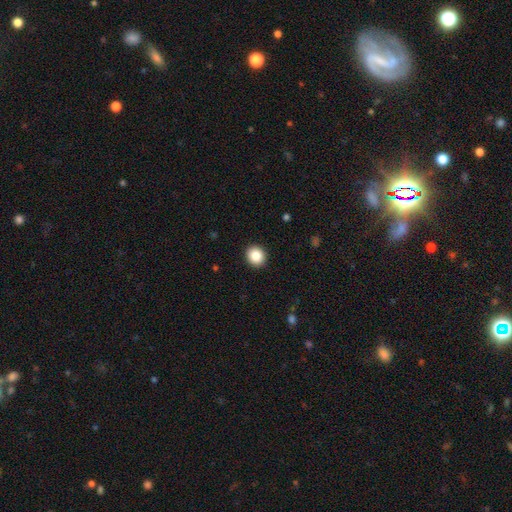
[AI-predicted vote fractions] This is clearly a smooth galaxy (86%). How rounded: clearly round (86%). Merging: clearly none (92%).